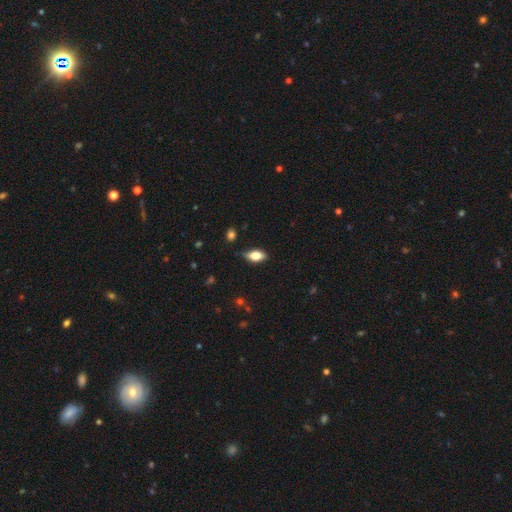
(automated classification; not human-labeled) Smooth or featured: smooth — 69% (featured or disk — 23%)
How rounded: in between — 86% (cigar-shaped — 8%)
Merging: none — 74% (minor disturbance — 20%)